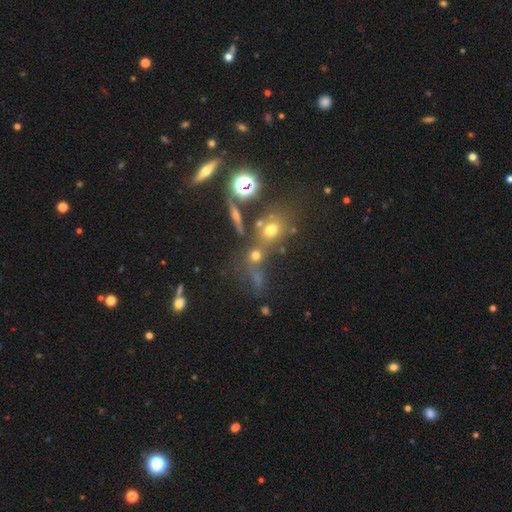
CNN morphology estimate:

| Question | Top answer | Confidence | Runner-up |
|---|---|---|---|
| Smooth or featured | smooth | 61% | star or artifact (23%) |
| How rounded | round | 72% | in between (22%) |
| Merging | none | 49% | merger (32%) |